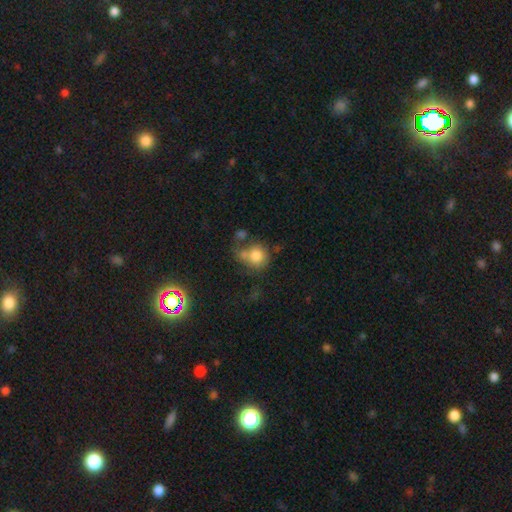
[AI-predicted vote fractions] This is likely a smooth galaxy (77%). How rounded: clearly round (81%). Merging: marginally none (43%).